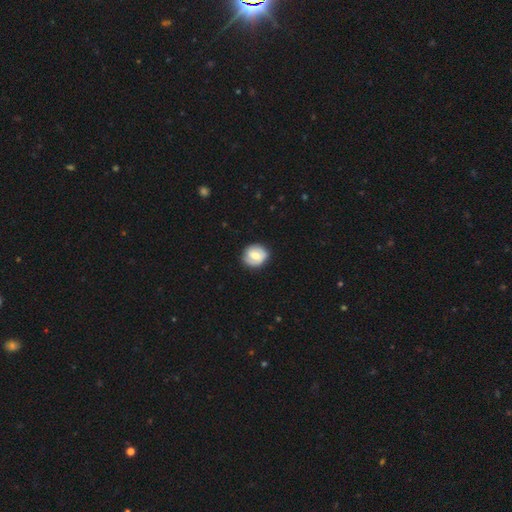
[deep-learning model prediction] Smooth or featured?
  - smooth: 52% *
  - featured or disk: 42%
  - star or artifact: 7%
How rounded?
  - round: 77% *
  - in between: 22%
  - cigar-shaped: 1%
Merging?
  - none: 80% *
  - minor disturbance: 16%
  - major disturbance: 4%
  - merger: 1%